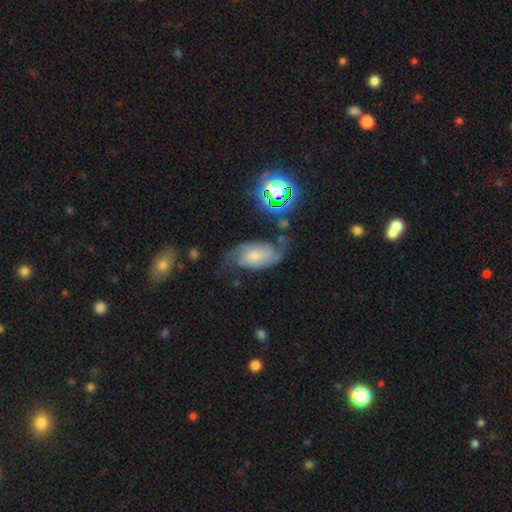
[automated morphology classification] The model was most divided on "bulge size": small: 50%, moderate: 34%, none: 9%, large: 6%, dominant: 2%. Remaining: edge-on disk — no (96%); spiral arms — yes (94%); spiral arm count — 2 (84%); smooth or featured — featured or disk (71%); bar — no (61%); merging — none (60%); spiral winding — medium (45%).